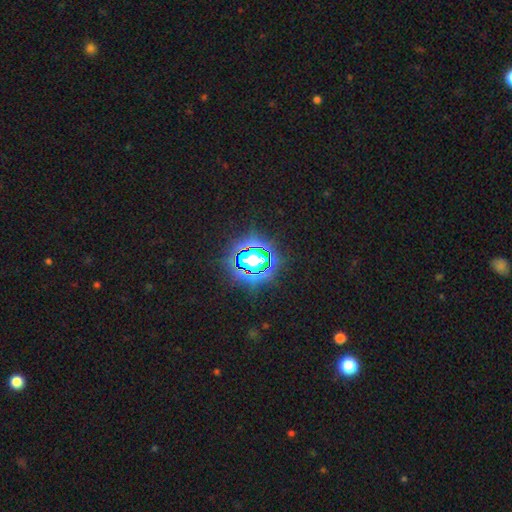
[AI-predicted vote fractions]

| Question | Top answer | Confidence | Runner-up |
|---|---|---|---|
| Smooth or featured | star or artifact | 73% | smooth (17%) |